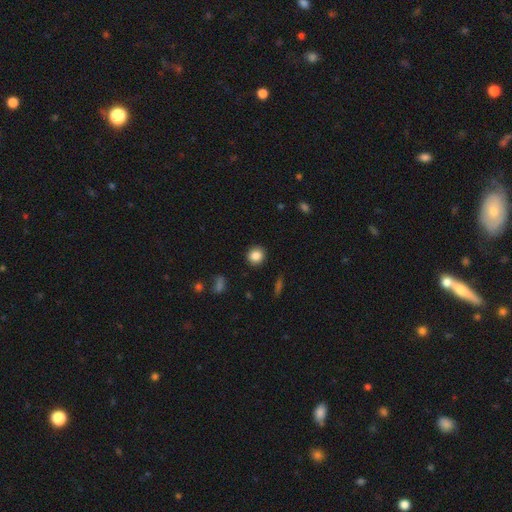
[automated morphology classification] Smooth or featured? Predicted: smooth (p=0.85). How rounded? Predicted: round (p=0.86). Merging? Predicted: none (p=0.90).